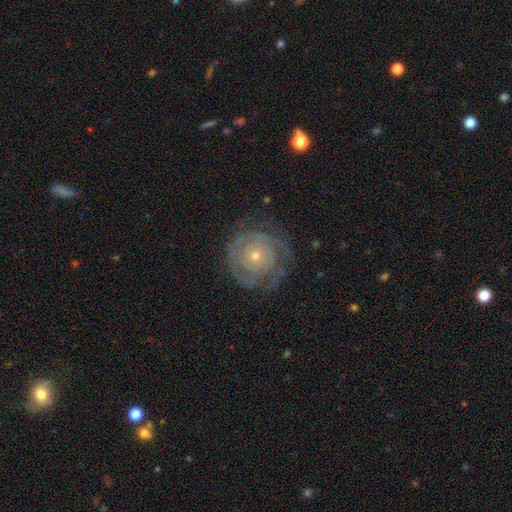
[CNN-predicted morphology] A featured or disk galaxy (75%) with no bar (85%), tight (79%) spiral arms (82%) and a small central bulge (66%).

Vote fractions:
- Smooth or featured? featured or disk: 75% / smooth: 18% / star or artifact: 7%
- Edge-on disk? no: 97% / yes: 3%
- Bar? no: 85% / weak: 12% / strong: 3%
- Spiral arms? yes: 82% / no: 18%
- Spiral winding? tight: 79% / medium: 16% / loose: 5%
- Spiral arm count? can't tell: 46% / 2: 24% / 3: 12% / 1: 7% / 4: 6% / more than 4: 5%
- Bulge size? small: 66% / moderate: 30% / large: 1% / none: 1% / dominant: 1%
- Merging? none: 71% / minor disturbance: 17% / major disturbance: 10% / merger: 1%